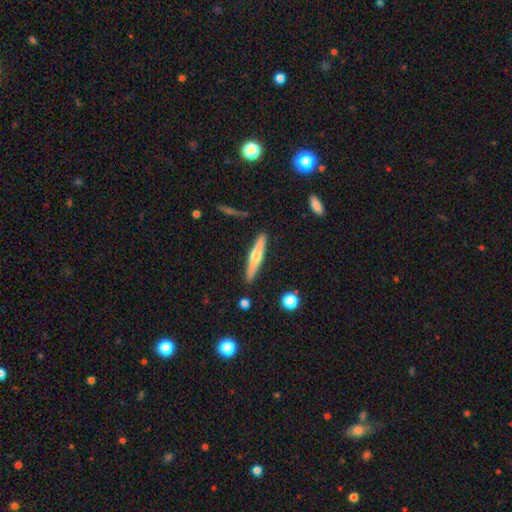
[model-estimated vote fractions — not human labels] The model was most divided on "smooth or featured": featured or disk: 57%, smooth: 37%, star or artifact: 6%. More confident: edge-on disk — yes (97%); merging — none (89%); edge-on bulge — rounded (85%).